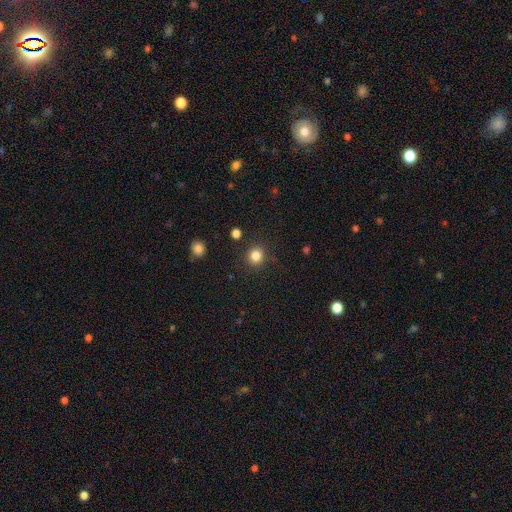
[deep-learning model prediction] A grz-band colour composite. It shows a smooth galaxy with no disk features (84%) that is round (86%). Merging: none (87%).